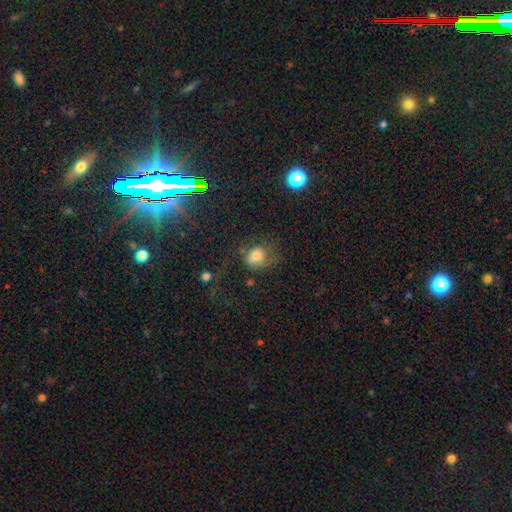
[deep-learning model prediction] Smooth or featured: smooth — 63% (featured or disk — 23%)
How rounded: round — 55% (in between — 44%)
Merging: none — 38% (major disturbance — 34%)